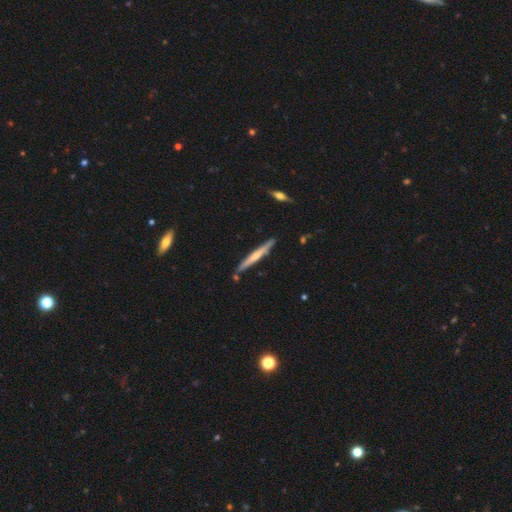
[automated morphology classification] This appears to be a featured or disk galaxy (49%). Merging: none (84%).